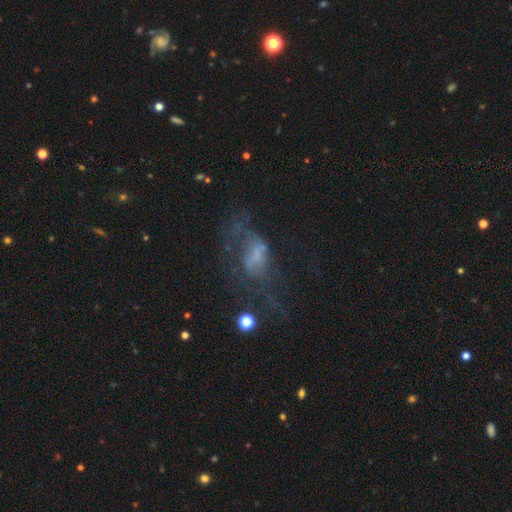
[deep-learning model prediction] A featured or disk galaxy (48%). Merging: major disturbance (49%).